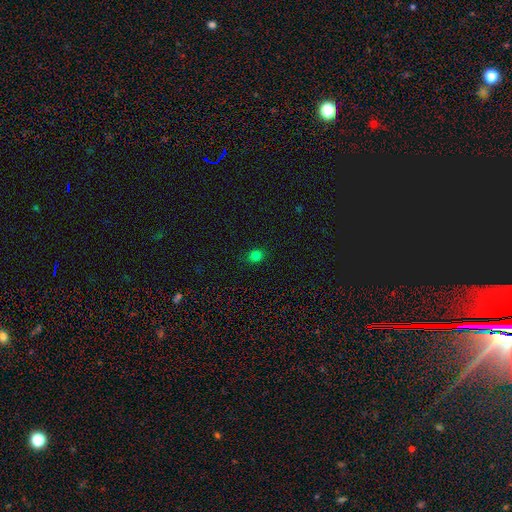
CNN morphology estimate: A smooth galaxy with no disk features (79%) that is round (67%). Merging: none (85%).